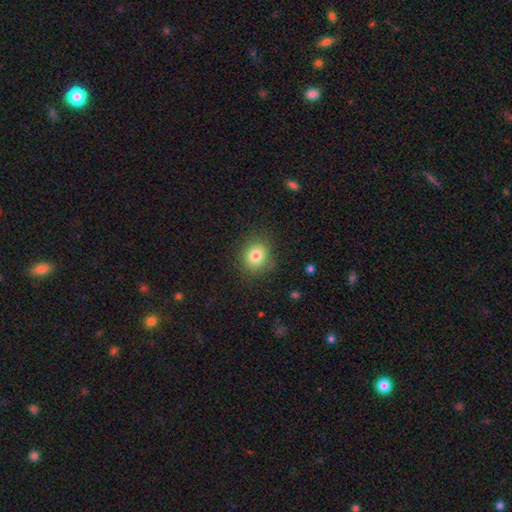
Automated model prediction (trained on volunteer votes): smooth 80%, star or artifact 11%, featured or disk 9%. Down the decision tree: how rounded — round (74%); merging — none (82%).